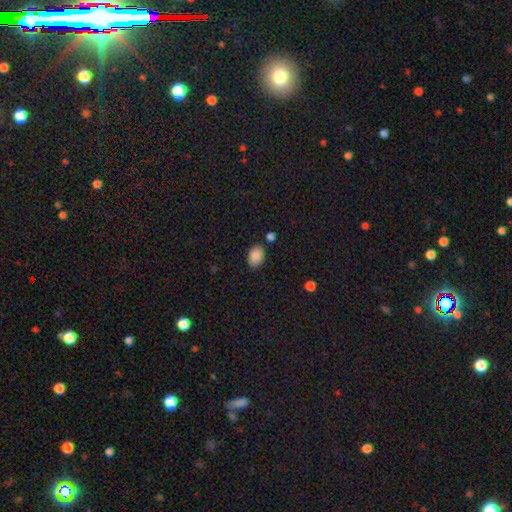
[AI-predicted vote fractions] A smooth galaxy with no disk features (88%) that is in between round and cigar-shaped (87%). Merging: none (79%).